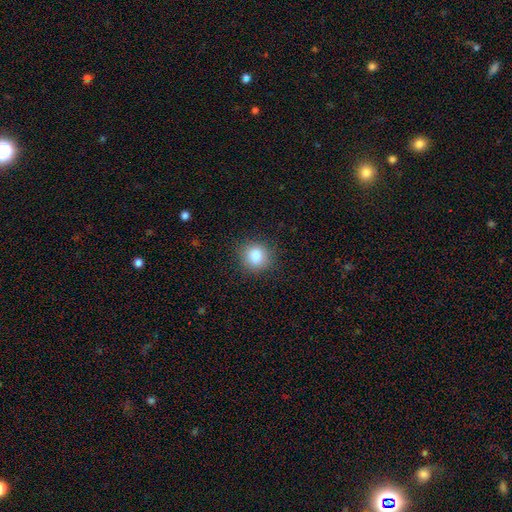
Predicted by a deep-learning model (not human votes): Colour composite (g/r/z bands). It shows a smooth galaxy with no disk features (85%) that is round (88%). Merging: none (86%).